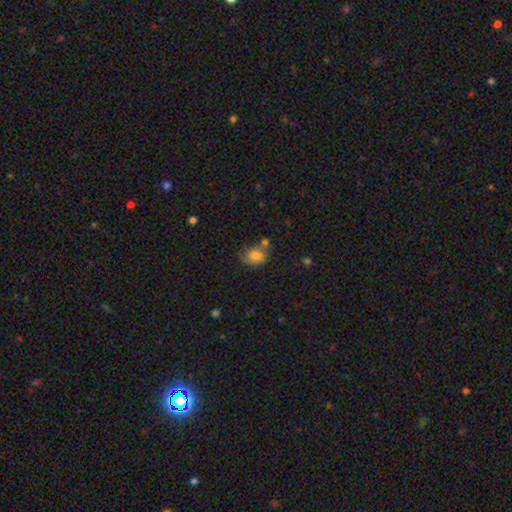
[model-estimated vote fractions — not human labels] smooth 77%, featured or disk 14%, star or artifact 10%. Down the decision tree: how rounded — in between (63%); merging — none (52%).